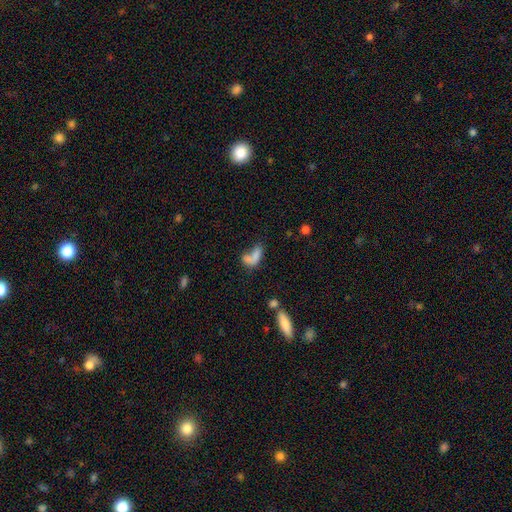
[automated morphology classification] Smooth or featured?
  - smooth: 70% *
  - featured or disk: 18%
  - star or artifact: 12%
How rounded?
  - in between: 77% *
  - cigar-shaped: 14%
  - round: 9%
Merging?
  - merger: 37% *
  - none: 27%
  - major disturbance: 21%
  - minor disturbance: 14%